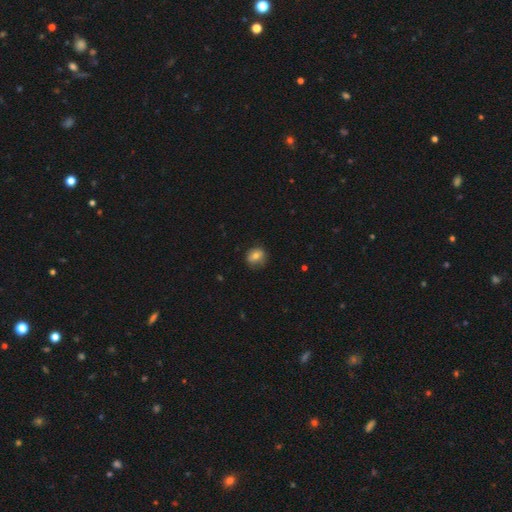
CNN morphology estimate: Smooth or featured?
  - smooth: 69% *
  - featured or disk: 22%
  - star or artifact: 10%
How rounded?
  - round: 68% *
  - in between: 31%
  - cigar-shaped: 1%
Merging?
  - none: 73% *
  - minor disturbance: 20%
  - major disturbance: 6%
  - merger: 1%